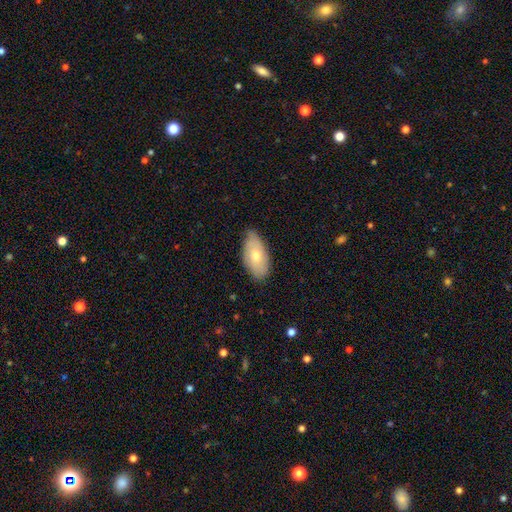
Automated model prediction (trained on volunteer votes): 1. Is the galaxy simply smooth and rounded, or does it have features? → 64% smooth, 29% featured or disk, 7% star or artifact.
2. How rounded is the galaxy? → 93% in between, 4% round, 3% cigar-shaped.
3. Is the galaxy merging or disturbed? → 74% none, 22% minor disturbance, 3% major disturbance, 1% merger.